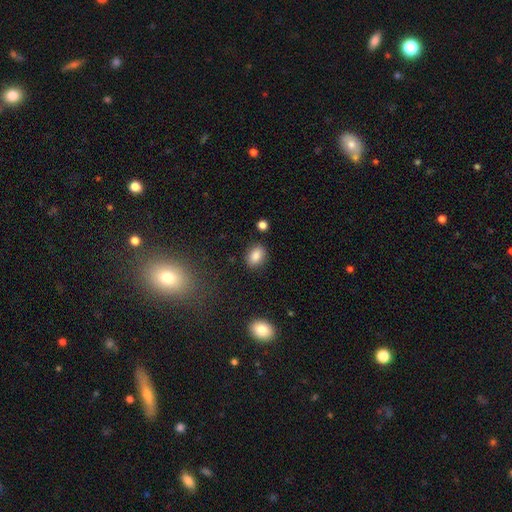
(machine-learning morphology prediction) This is clearly a smooth galaxy (85%). How rounded: likely in between (70%). Merging: clearly none (85%).